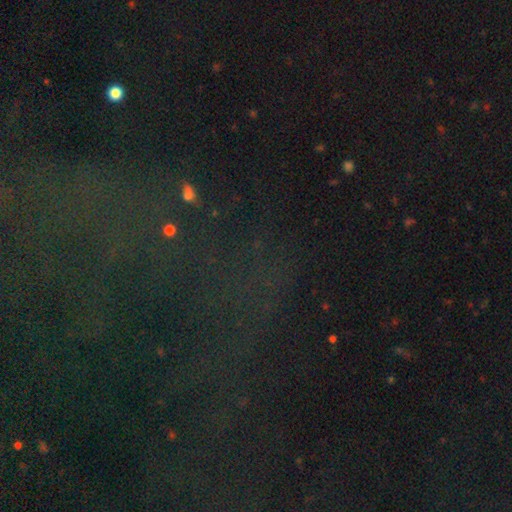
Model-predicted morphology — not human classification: type=star or artifact (75%).